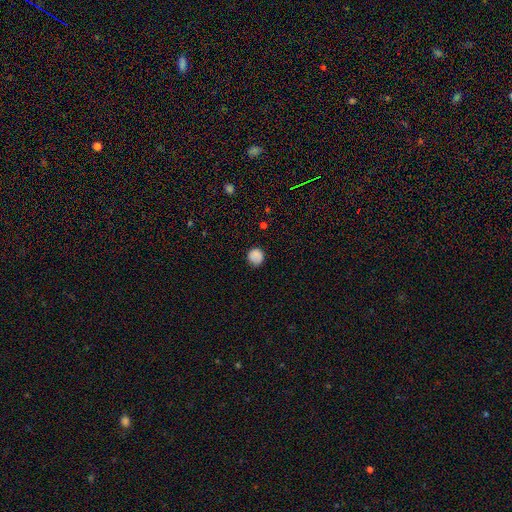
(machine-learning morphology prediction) A smooth galaxy with no disk features (81%) that is round (91%). Merging: none (80%).